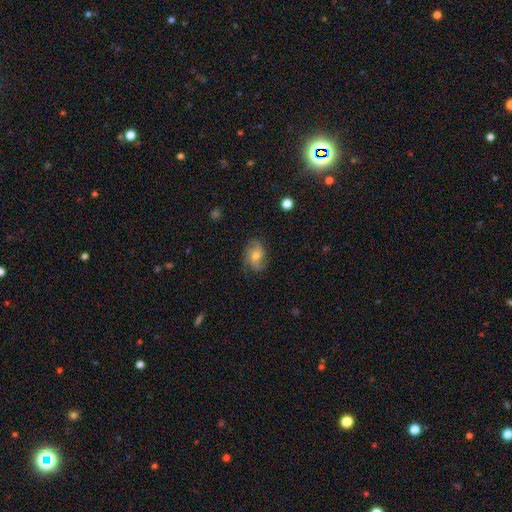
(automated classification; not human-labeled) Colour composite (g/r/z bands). It shows a featured or disk galaxy (59%) with no bar (69%), 2 (49%) medium (43%) spiral arms (89%) and a moderate central bulge (63%). Merging: none (73%).